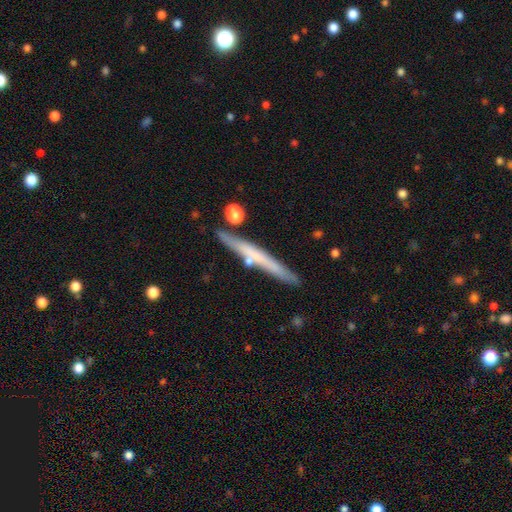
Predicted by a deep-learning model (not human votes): Smooth or featured?
  - featured or disk: 47% * (tied)
  - smooth: 47% * (tied)
  - star or artifact: 6%
Merging?
  - none: 83% *
  - minor disturbance: 10%
  - merger: 5%
  - major disturbance: 2%